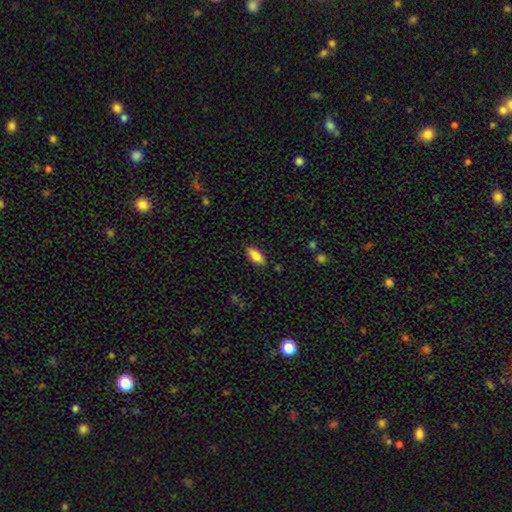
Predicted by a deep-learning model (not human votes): Overall: smooth (80%). How rounded: in between (82%). Merging: none (85%).